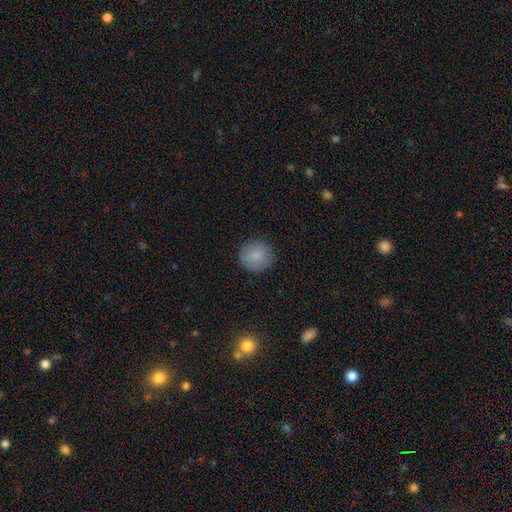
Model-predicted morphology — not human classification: A smooth galaxy with no disk features (85%) that is round (92%).

Vote fractions:
- Smooth or featured? smooth: 85% / star or artifact: 8% / featured or disk: 7%
- How rounded? round: 92% / in between: 7% / cigar-shaped: 1%
- Merging? none: 88% / minor disturbance: 8% / major disturbance: 2% / merger: 1%